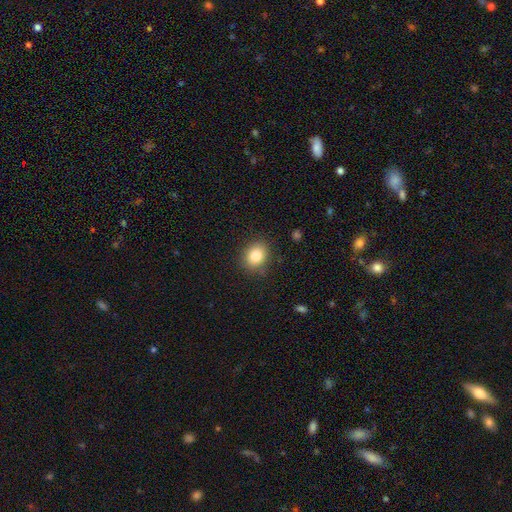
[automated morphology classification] This appears to be a smooth galaxy with no disk features (83%) that is round (53%). Merging: none (85%).